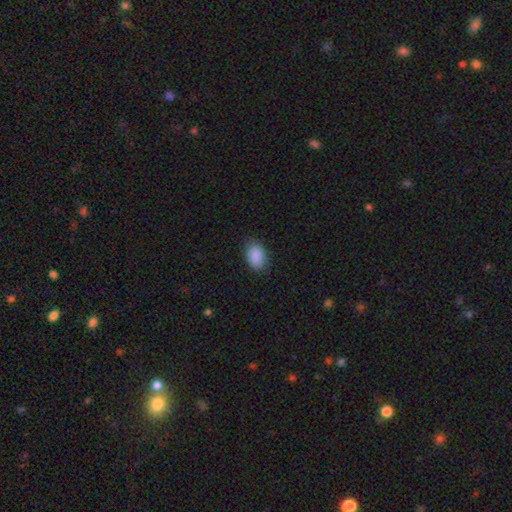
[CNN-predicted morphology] This is clearly a smooth galaxy (89%). How rounded: clearly in between (89%). Merging: clearly none (81%).